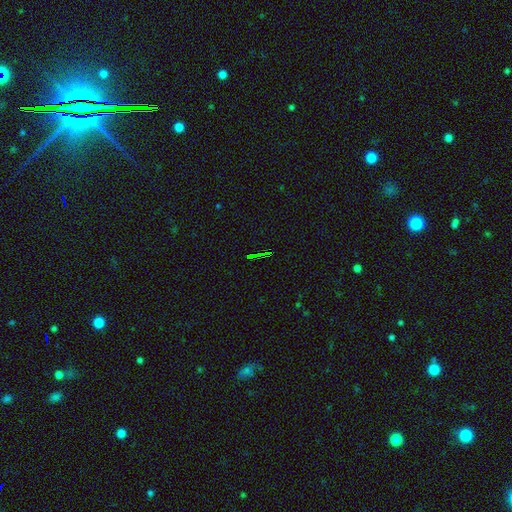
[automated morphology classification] This is likely a star or artifact rather than a galaxy (73%).